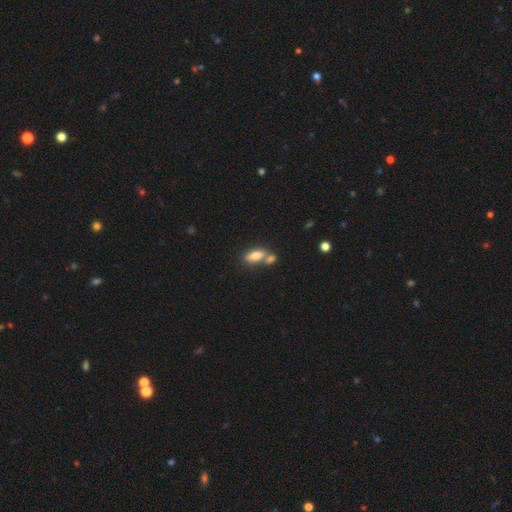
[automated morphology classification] Smooth or featured: smooth — 71% (featured or disk — 21%)
How rounded: in between — 75% (cigar-shaped — 21%)
Merging: none — 47% (merger — 38%)